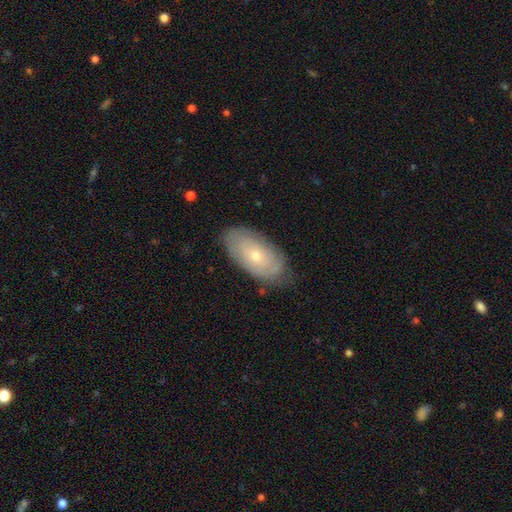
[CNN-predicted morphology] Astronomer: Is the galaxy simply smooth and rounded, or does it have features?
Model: featured or disk — 47% (runner-up: smooth, 46%).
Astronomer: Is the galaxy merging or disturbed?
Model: none — 76%.